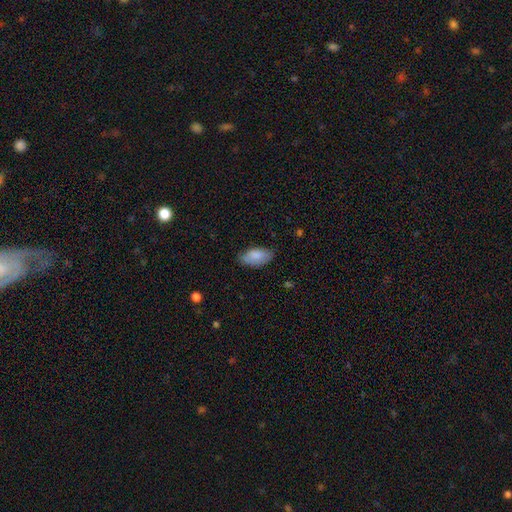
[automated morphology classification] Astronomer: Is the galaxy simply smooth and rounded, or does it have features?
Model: smooth — 82%.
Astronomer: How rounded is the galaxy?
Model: in between — 94%.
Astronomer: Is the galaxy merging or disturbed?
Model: none — 67%.